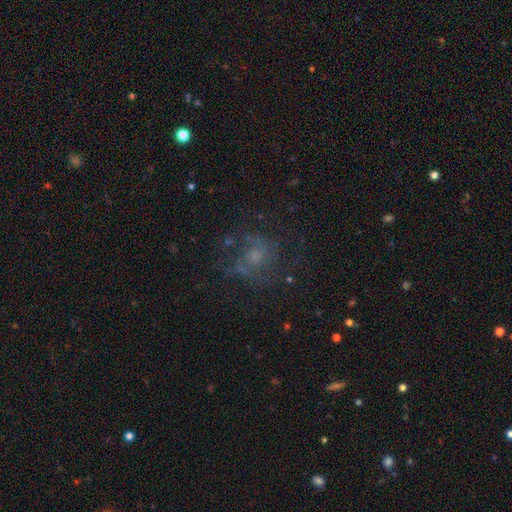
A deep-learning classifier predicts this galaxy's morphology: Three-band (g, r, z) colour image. It shows a featured or disk galaxy (58%) with no bar (75%), spiral arms (78%) and a moderate central bulge (40%). Merging: none (65%).